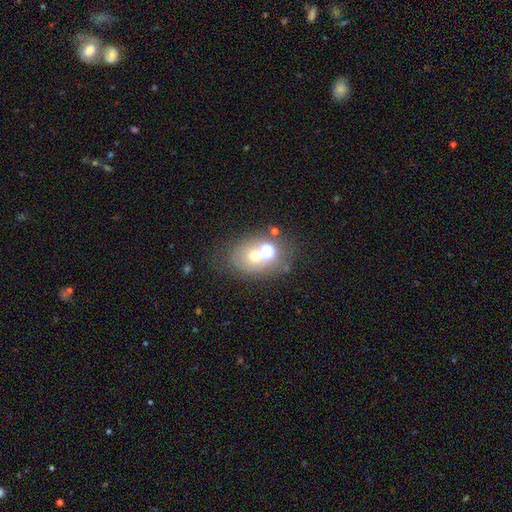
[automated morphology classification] This is possibly a smooth galaxy (47%). Merging: possibly none (50%).